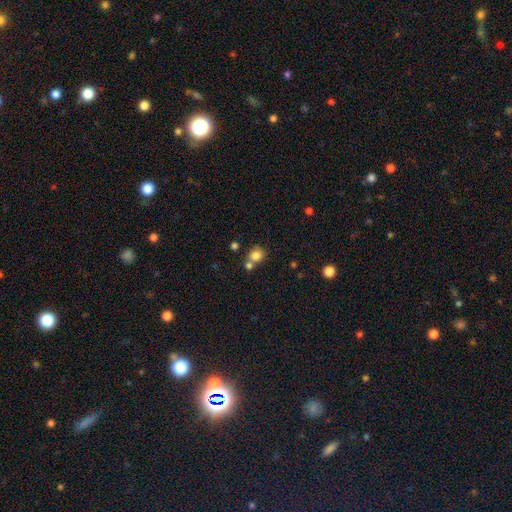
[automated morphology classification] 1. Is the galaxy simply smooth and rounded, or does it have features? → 80% smooth, 11% star or artifact, 8% featured or disk.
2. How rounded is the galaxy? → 73% round, 27% in between, 1% cigar-shaped.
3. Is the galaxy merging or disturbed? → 51% none, 34% merger, 11% minor disturbance, 4% major disturbance.